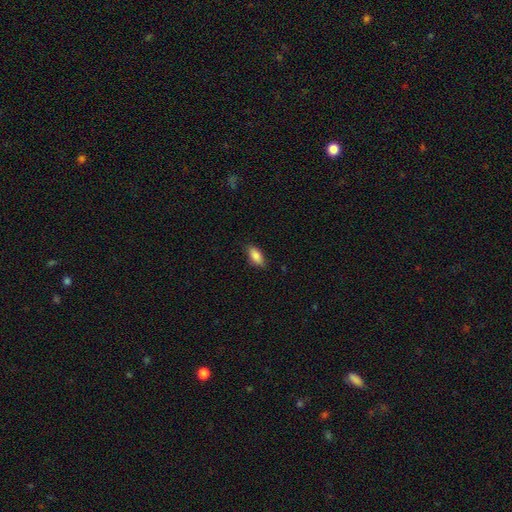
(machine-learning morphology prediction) Smooth or featured: smooth — 86% (featured or disk — 7%)
How rounded: in between — 87% (cigar-shaped — 11%)
Merging: none — 84% (minor disturbance — 13%)